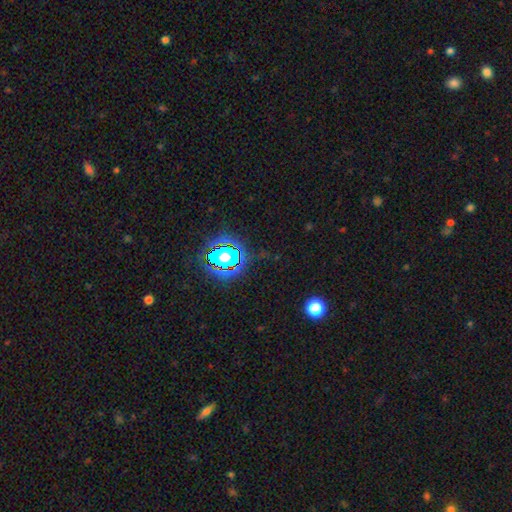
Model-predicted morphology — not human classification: Q: Smooth or featured?
A: star or artifact (79%); runner-up: smooth (13%)